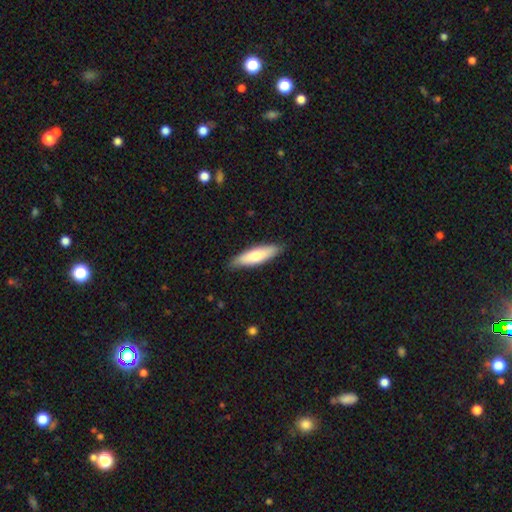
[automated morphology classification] Smooth or featured: smooth — 70% (featured or disk — 25%)
How rounded: cigar-shaped — 63% (in between — 36%)
Merging: none — 85% (minor disturbance — 12%)